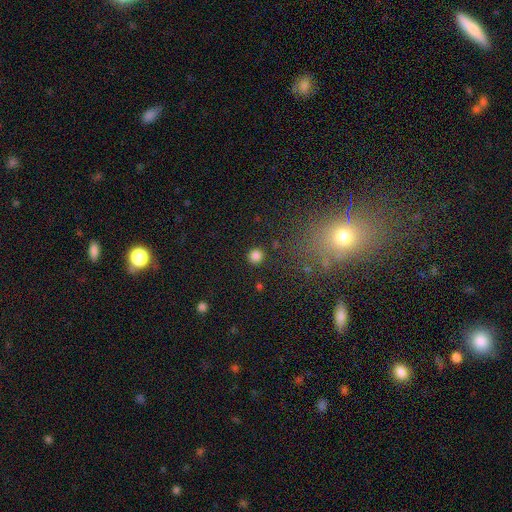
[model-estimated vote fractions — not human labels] The model was most divided on "smooth or featured": smooth: 83%, star or artifact: 13%, featured or disk: 4%. More confident: how rounded — round (93%); merging — none (91%).